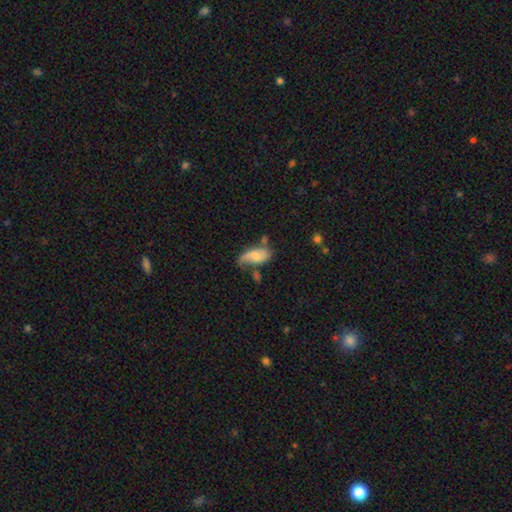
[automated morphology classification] type=smooth (46%, tied with featured or disk); merging=none (36%).